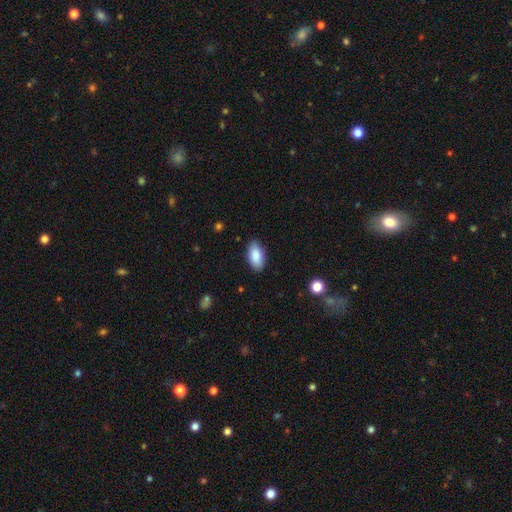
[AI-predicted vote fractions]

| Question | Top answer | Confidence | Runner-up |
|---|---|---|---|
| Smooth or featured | smooth | 87% | featured or disk (7%) |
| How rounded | in between | 94% | cigar-shaped (3%) |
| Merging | none | 86% | minor disturbance (11%) |